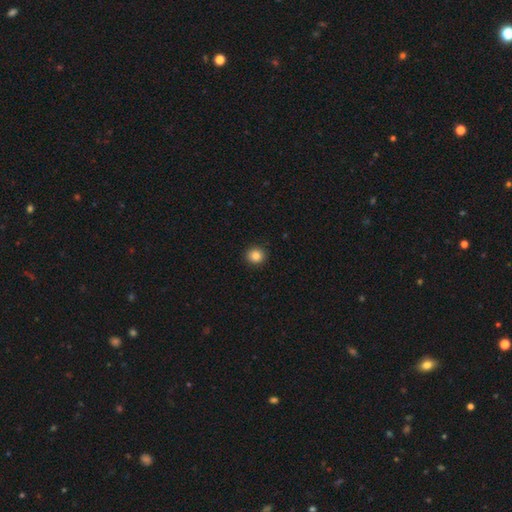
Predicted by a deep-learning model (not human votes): Overall: smooth (85%). How rounded: round (90%). Merging: none (93%).